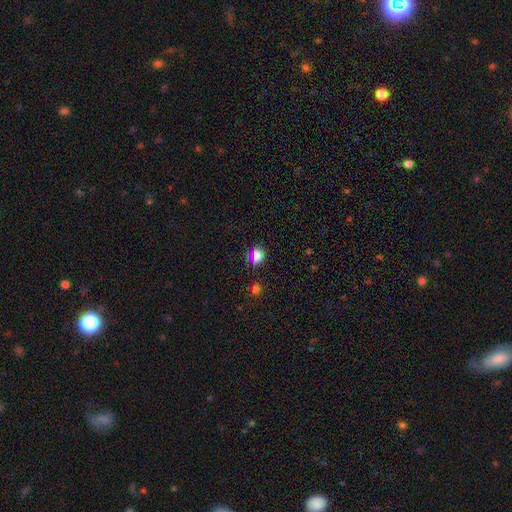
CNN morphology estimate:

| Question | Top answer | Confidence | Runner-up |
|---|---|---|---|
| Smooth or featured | smooth | 71% | star or artifact (23%) |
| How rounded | round | 65% | in between (33%) |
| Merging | none | 80% | minor disturbance (13%) |